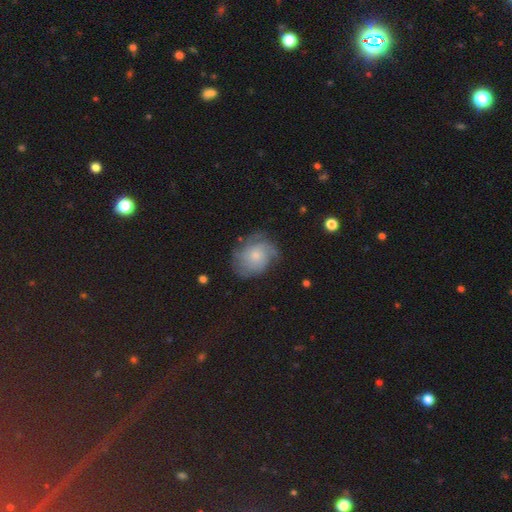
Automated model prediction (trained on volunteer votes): featured or disk 63%, smooth 28%, star or artifact 9%. Down the decision tree: edge-on disk — no (97%); bar — no (80%); spiral arms — yes (89%); spiral arm count — can't tell (43%); spiral winding — tight (52%); bulge size — small (50%); merging — none (66%).